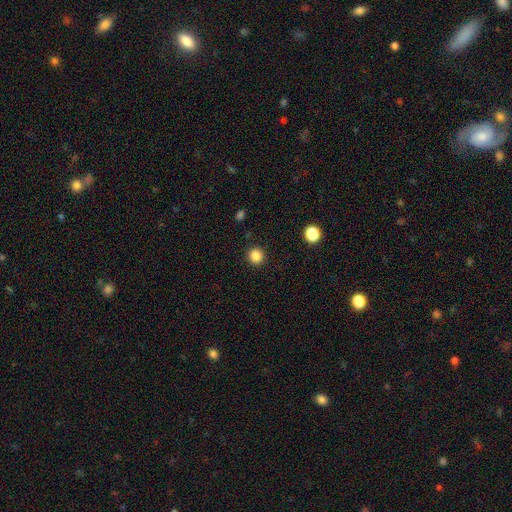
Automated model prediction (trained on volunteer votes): Morphology: type=smooth (85%); roundness=round (93%); merging=none (92%).